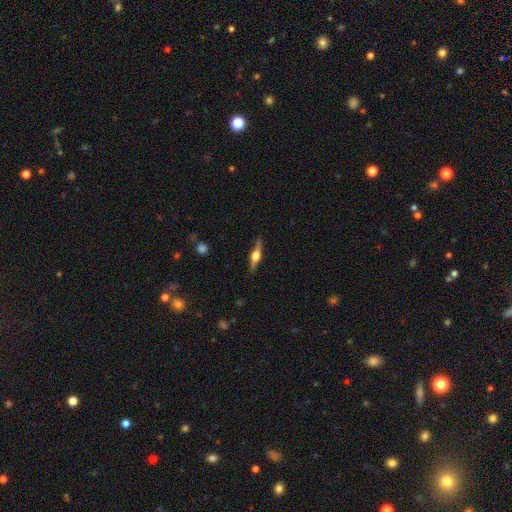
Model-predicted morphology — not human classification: Smooth or featured?
  - featured or disk: 68% *
  - smooth: 26%
  - star or artifact: 6%
Edge-on disk?
  - yes: 97% *
  - no: 3%
Edge-on bulge?
  - rounded: 92% *
  - boxy: 6%
  - none: 2%
Merging?
  - none: 86% *
  - minor disturbance: 10%
  - major disturbance: 2%
  - merger: 1%